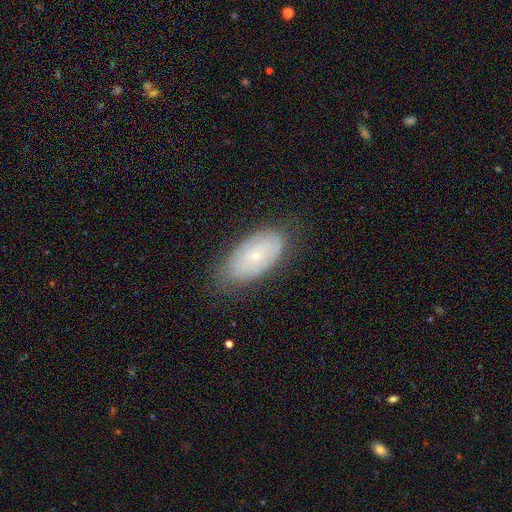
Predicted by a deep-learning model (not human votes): Smooth or featured? smooth (51%)
How rounded? in between (93%)
Merging? none (74%)